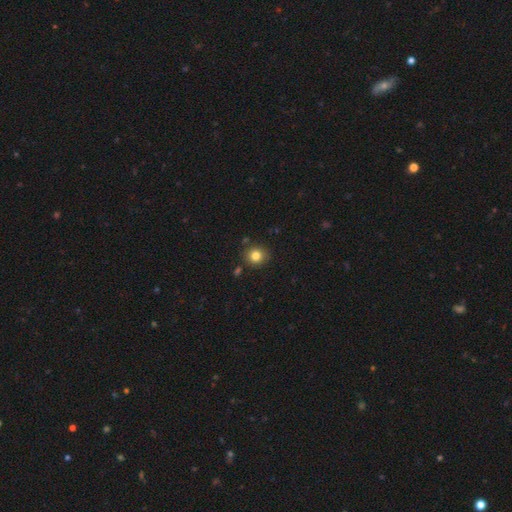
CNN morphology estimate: Smooth or featured? smooth (82%)
How rounded? round (85%)
Merging? none (85%)